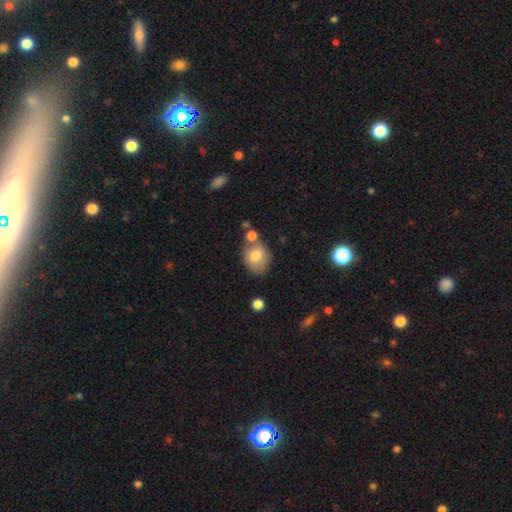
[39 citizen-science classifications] Q: Smooth or featured?
A: smooth (90%); runner-up: featured or disk (10%)
Q: How rounded?
A: round (69%); runner-up: in between (31%)
Q: Merging?
A: none (56%); runner-up: minor disturbance (21%)